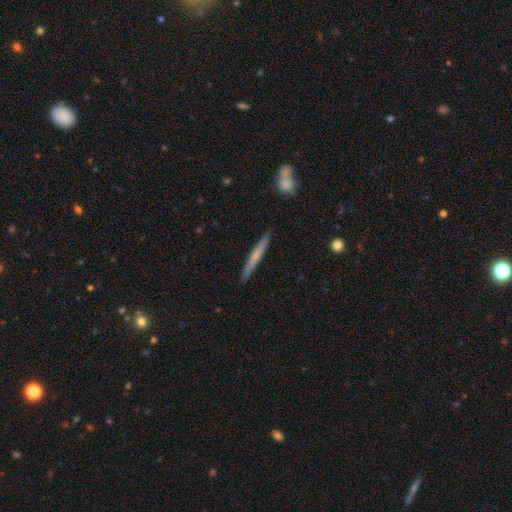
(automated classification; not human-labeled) Smooth or featured? smooth (59%)
How rounded? cigar-shaped (96%)
Merging? none (90%)